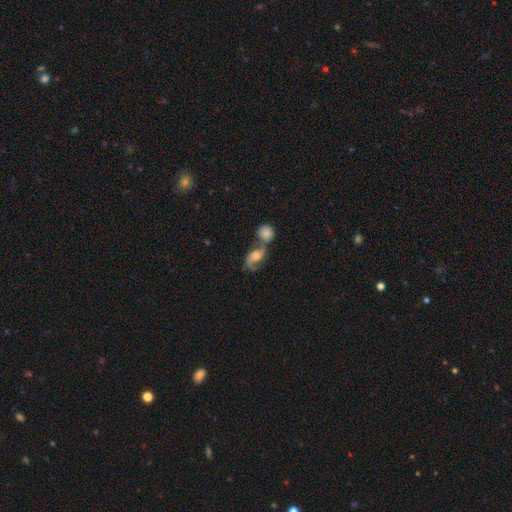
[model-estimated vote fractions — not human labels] This appears to be a featured or disk galaxy (69%) with no bar (57%), 2 (84%) medium (44%) spiral arms (92%) and a moderate central bulge (59%). Merging: merger (52%).